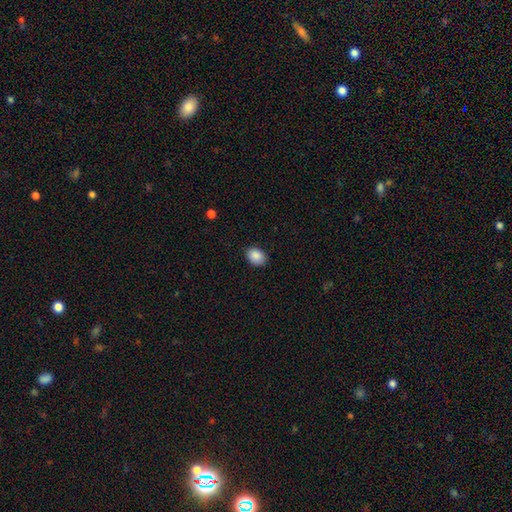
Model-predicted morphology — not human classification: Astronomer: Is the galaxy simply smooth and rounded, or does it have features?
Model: smooth — 88%.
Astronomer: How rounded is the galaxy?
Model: in between — 71%.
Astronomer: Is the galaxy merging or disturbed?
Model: none — 85%.